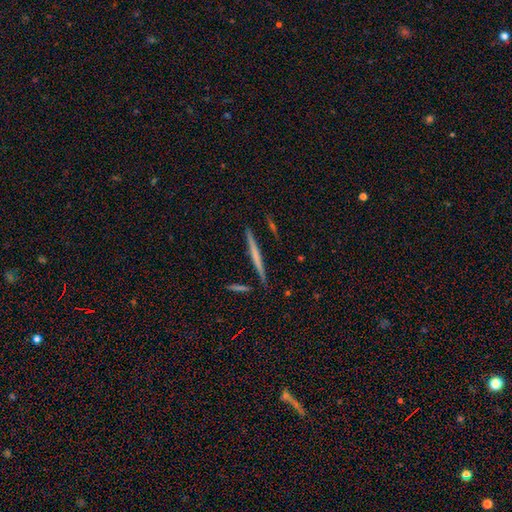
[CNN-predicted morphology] Q: Smooth or featured?
A: featured or disk (54%); runner-up: smooth (40%)
Q: Edge-on disk?
A: yes (98%); runner-up: no (2%)
Q: Edge-on bulge?
A: none (82%); runner-up: rounded (12%)
Q: Merging?
A: none (91%); runner-up: minor disturbance (6%)